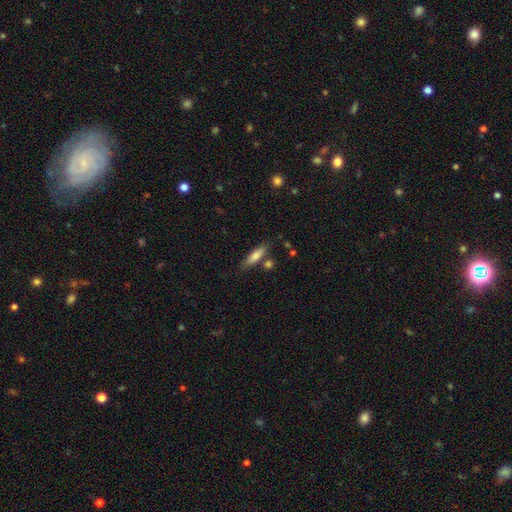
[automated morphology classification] The model was most divided on "how rounded": cigar-shaped: 64%, in between: 34%, round: 2%. More confident: smooth or featured — smooth (76%); merging — none (75%).